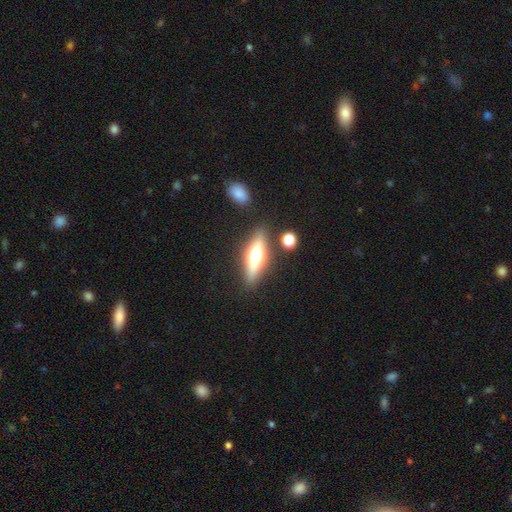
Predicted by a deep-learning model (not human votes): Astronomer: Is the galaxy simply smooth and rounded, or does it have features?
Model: featured or disk — 54% (runner-up: smooth, 38%).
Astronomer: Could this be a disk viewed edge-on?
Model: yes — 90%.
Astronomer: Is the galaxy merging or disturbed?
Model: none — 82%.